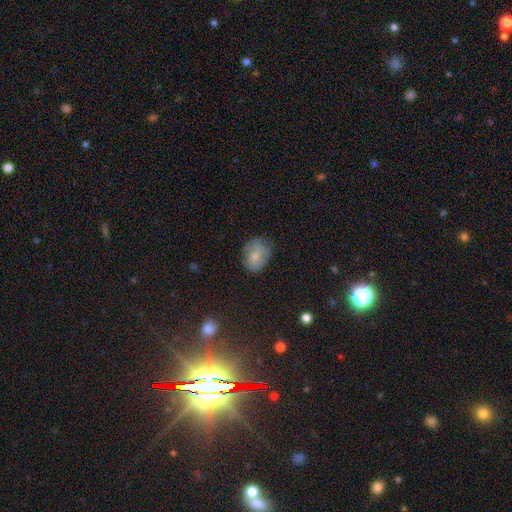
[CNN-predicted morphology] A smooth galaxy with no disk features (73%) that is in between round and cigar-shaped (67%). Merging: none (63%).